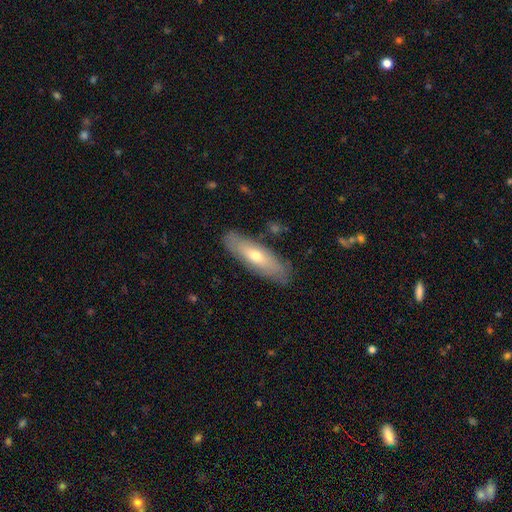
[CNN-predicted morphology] Smooth or featured? Predicted: smooth (p=0.54). How rounded? Predicted: in between (p=0.50). Merging? Predicted: none (p=0.82).